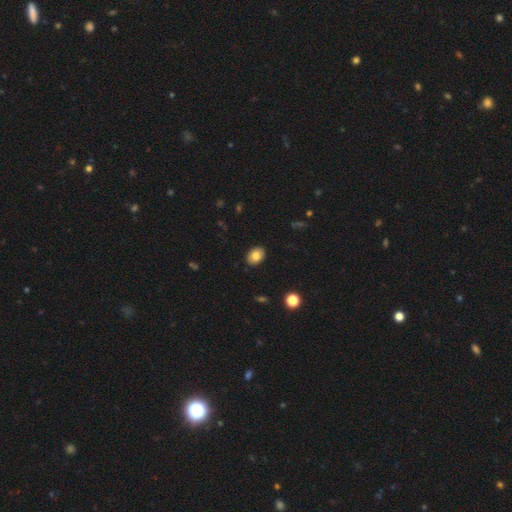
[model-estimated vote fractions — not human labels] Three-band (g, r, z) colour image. It shows a smooth galaxy with no disk features (82%) that is in between round and cigar-shaped (71%). Merging: none (89%).